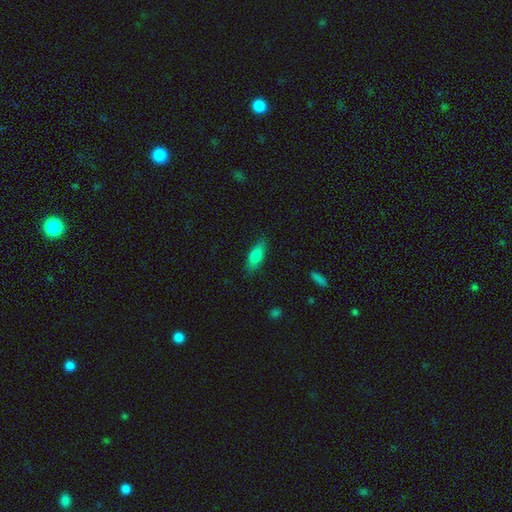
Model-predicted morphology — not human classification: A smooth galaxy with no disk features (80%) that is in between round and cigar-shaped (66%).

Vote fractions:
- Smooth or featured? smooth: 80% / featured or disk: 13% / star or artifact: 7%
- How rounded? in between: 66% / cigar-shaped: 31% / round: 2%
- Merging? none: 83% / minor disturbance: 13% / major disturbance: 3% / merger: 1%